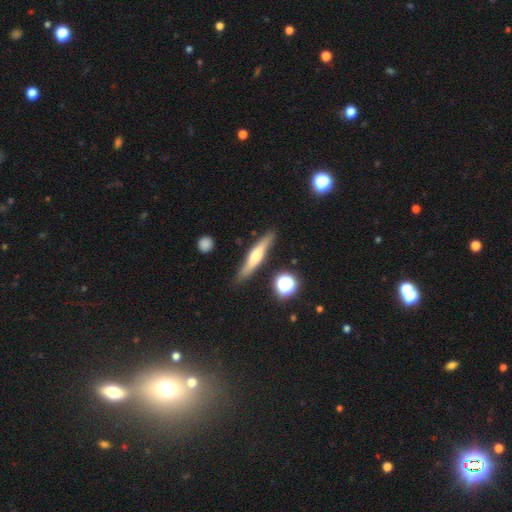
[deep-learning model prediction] A featured or disk galaxy (54%) viewed edge-on (92%).

Vote fractions:
- Smooth or featured? featured or disk: 54% / smooth: 39% / star or artifact: 7%
- Edge-on disk? yes: 92% / no: 8%
- Merging? none: 85% / minor disturbance: 11% / major disturbance: 2% / merger: 2%